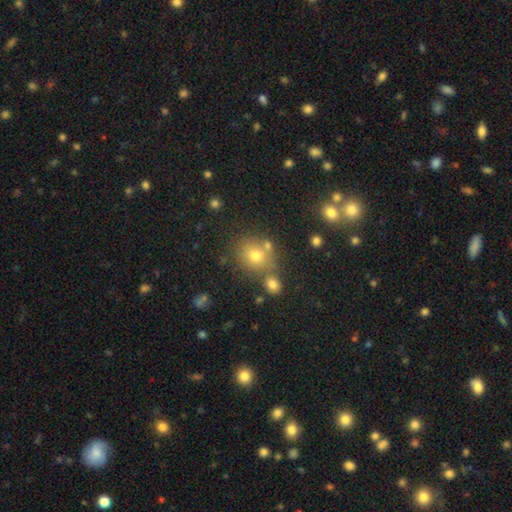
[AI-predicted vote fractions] This appears to be a smooth galaxy with no disk features (71%) that is round (81%). Merging: none (67%).